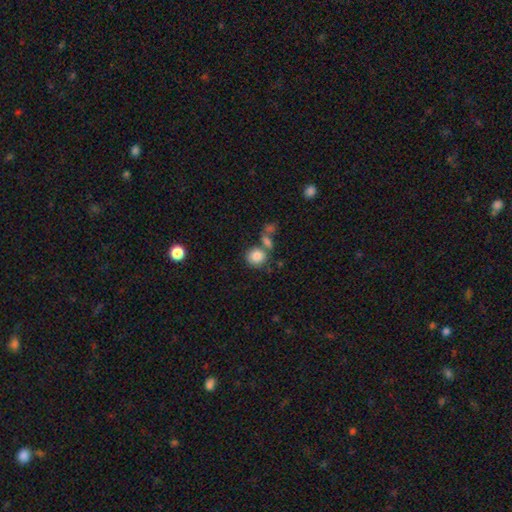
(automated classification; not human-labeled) smooth 84%, star or artifact 9%, featured or disk 7%. Down the decision tree: how rounded — round (78%); merging — none (57%).